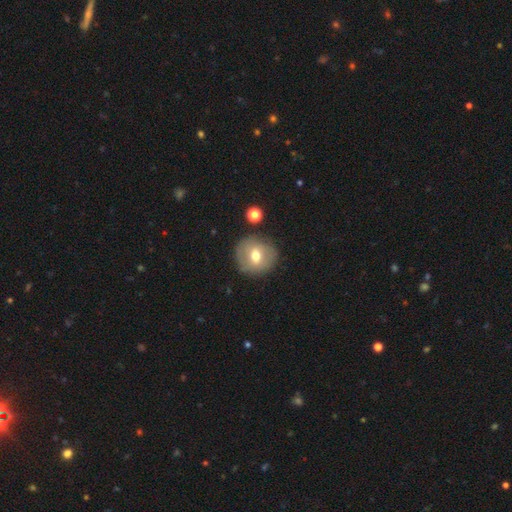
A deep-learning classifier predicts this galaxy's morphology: type=smooth (60%); roundness=round (86%); merging=none (82%).